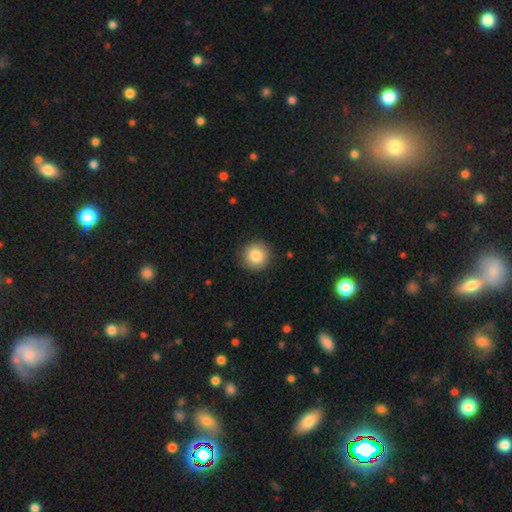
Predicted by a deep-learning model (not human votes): smooth 84%, star or artifact 9%, featured or disk 7%. Down the decision tree: how rounded — round (94%); merging — none (90%).